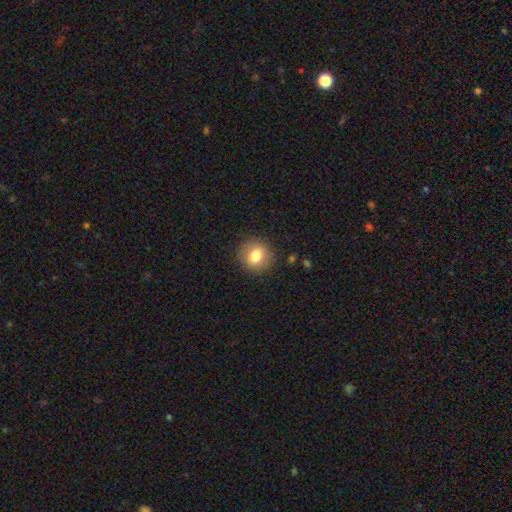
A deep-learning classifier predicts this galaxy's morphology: Smooth or featured: smooth — 78% (featured or disk — 13%)
How rounded: round — 82% (in between — 17%)
Merging: none — 88% (minor disturbance — 8%)